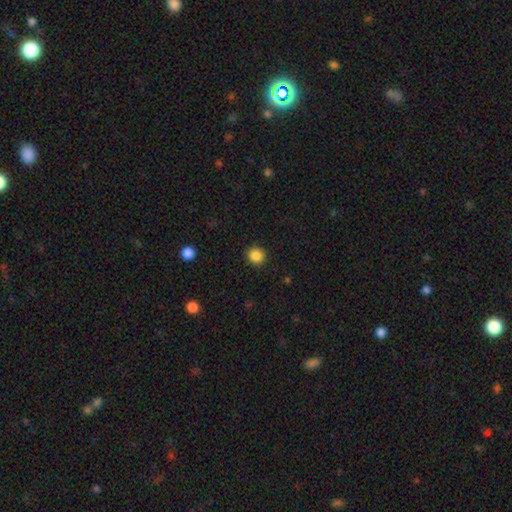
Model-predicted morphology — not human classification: This appears to be a smooth galaxy with no disk features (86%) that is round (93%). Merging: none (92%).